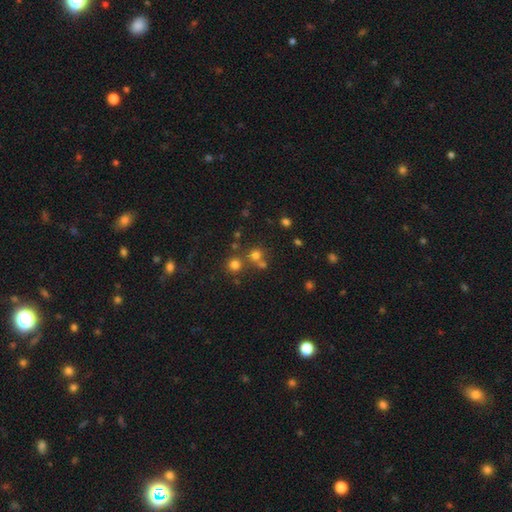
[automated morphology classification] type=smooth (67%); roundness=round (88%); merging=none (62%).